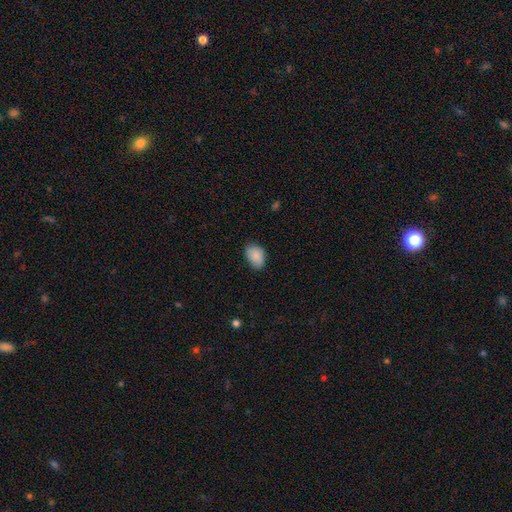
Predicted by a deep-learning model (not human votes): This is clearly a smooth galaxy (88%). How rounded: clearly in between (85%). Merging: likely none (75%).